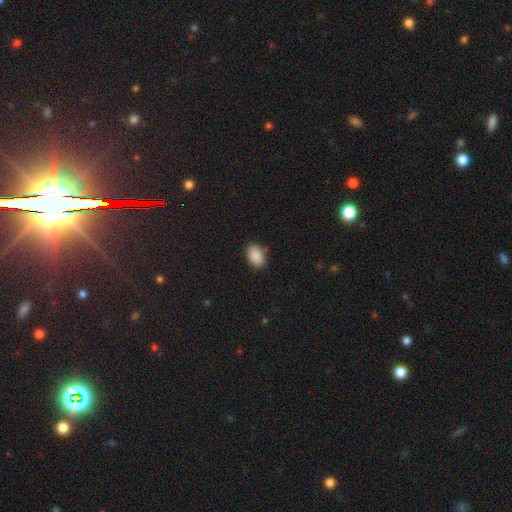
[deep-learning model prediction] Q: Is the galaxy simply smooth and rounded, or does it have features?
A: smooth — 90%.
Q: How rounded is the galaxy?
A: in between — 88%.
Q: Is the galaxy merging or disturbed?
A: none — 85%.